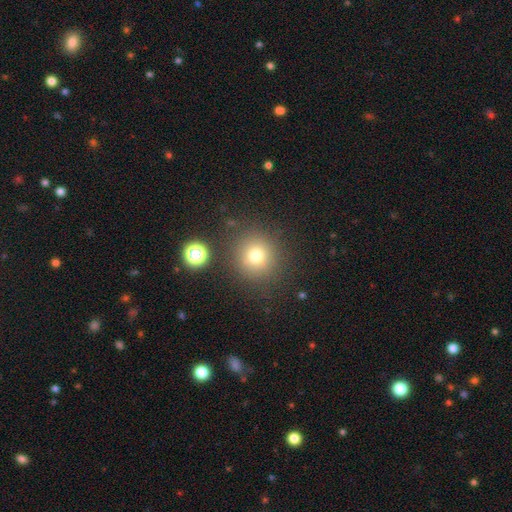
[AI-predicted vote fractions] smooth_or_featured: smooth (p=0.75) [alt: star or artifact p=0.16]
how_rounded: round (p=0.90) [alt: in between p=0.09]
merging: none (p=0.83) [alt: minor disturbance p=0.09]